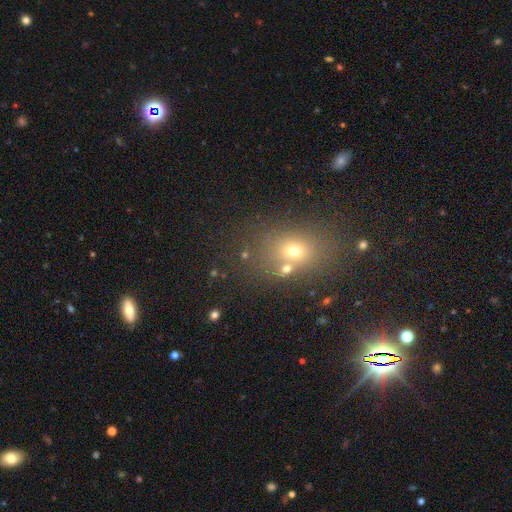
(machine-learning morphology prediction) This is marginally a star or artifact rather than a galaxy (45%).